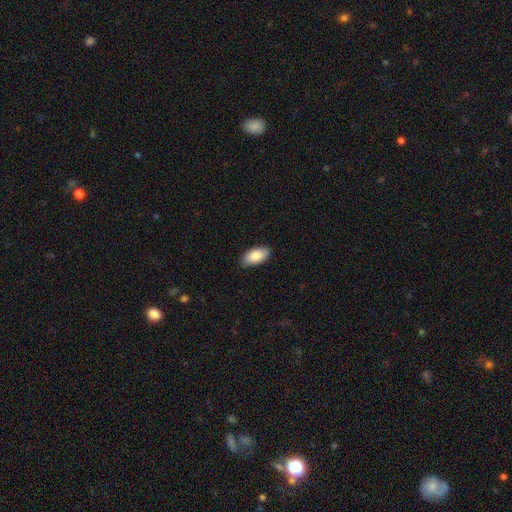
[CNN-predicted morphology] Smooth or featured? smooth (85%)
How rounded? in between (94%)
Merging? none (86%)